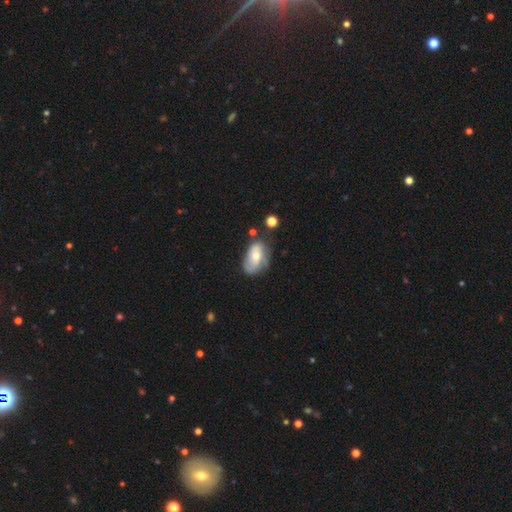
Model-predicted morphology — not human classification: smooth-or-featured: featured or disk: 47% | smooth: 46% | star or artifact: 7%
  merging: none: 50% | minor disturbance: 31% | major disturbance: 12% | merger: 7%